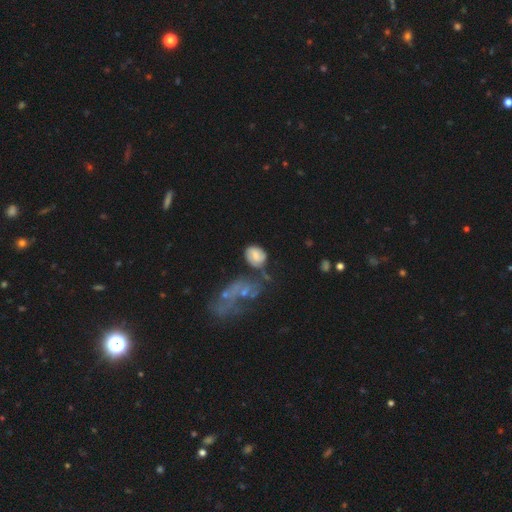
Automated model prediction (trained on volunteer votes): The model was most divided on "how rounded": in between: 56%, round: 42%, cigar-shaped: 1%. Remaining: smooth or featured — smooth (59%); merging — none (49%).